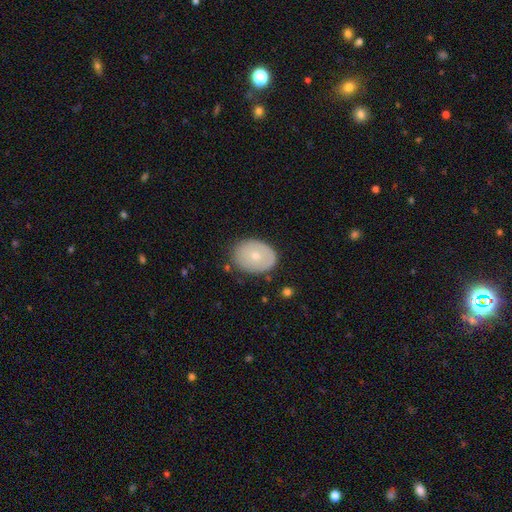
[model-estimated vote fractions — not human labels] A smooth galaxy with no disk features (63%) that is in between round and cigar-shaped (64%).

Vote fractions:
- Smooth or featured? smooth: 63% / featured or disk: 30% / star or artifact: 7%
- How rounded? in between: 64% / round: 35% / cigar-shaped: 1%
- Merging? none: 76% / minor disturbance: 18% / major disturbance: 4% / merger: 2%